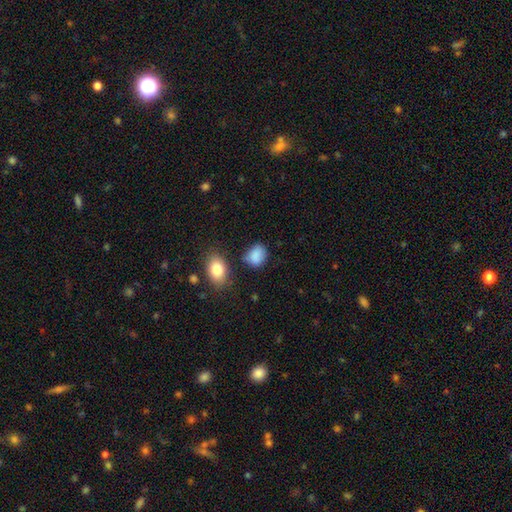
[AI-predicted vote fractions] Smooth or featured? smooth (85%)
How rounded? in between (64%)
Merging? none (64%)